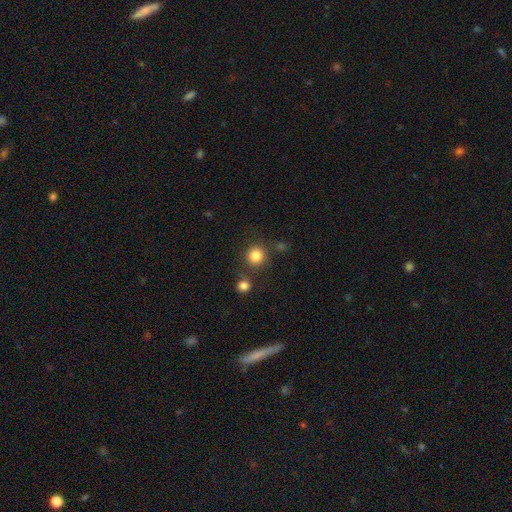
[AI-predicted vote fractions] The model was most divided on "merging": none: 78%, merger: 10%, minor disturbance: 9%, major disturbance: 4%. More confident: how rounded — round (92%); smooth or featured — smooth (84%).